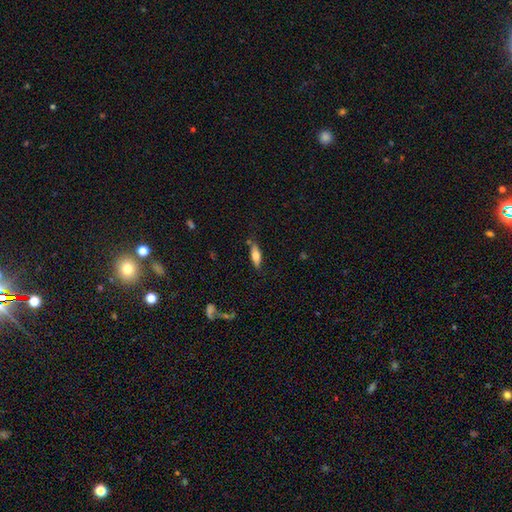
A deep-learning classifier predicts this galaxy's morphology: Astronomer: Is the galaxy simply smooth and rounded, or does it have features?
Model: smooth — 69%.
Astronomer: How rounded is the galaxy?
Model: in between — 60% (runner-up: cigar-shaped, 37%).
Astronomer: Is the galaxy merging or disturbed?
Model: none — 75%.